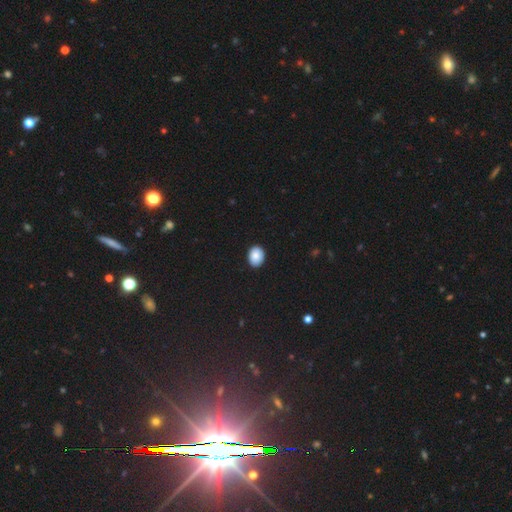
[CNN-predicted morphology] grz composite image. It shows a smooth galaxy with no disk features (87%) that is in between round and cigar-shaped (63%). Merging: none (90%).